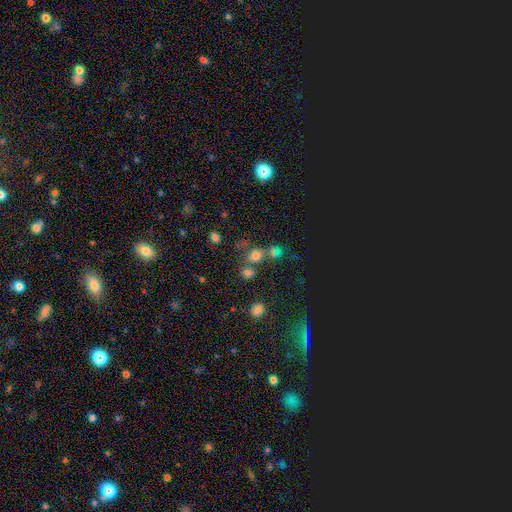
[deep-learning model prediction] Smooth or featured? Predicted: smooth (p=0.62). How rounded? Predicted: round (p=0.65). Merging? Predicted: none (p=0.47).